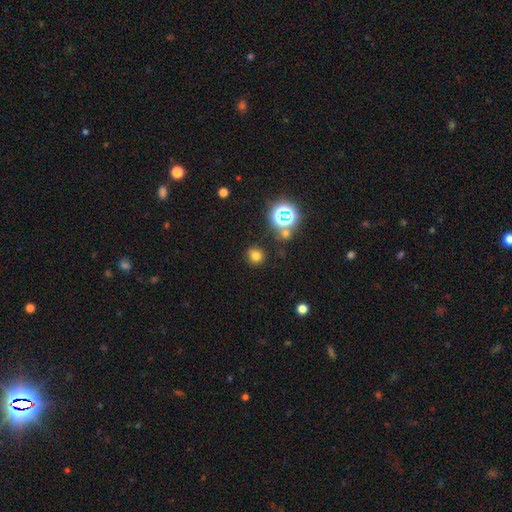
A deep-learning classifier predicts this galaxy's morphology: Smooth or featured: smooth — 71% (star or artifact — 22%)
How rounded: round — 88% (in between — 11%)
Merging: none — 84% (minor disturbance — 9%)